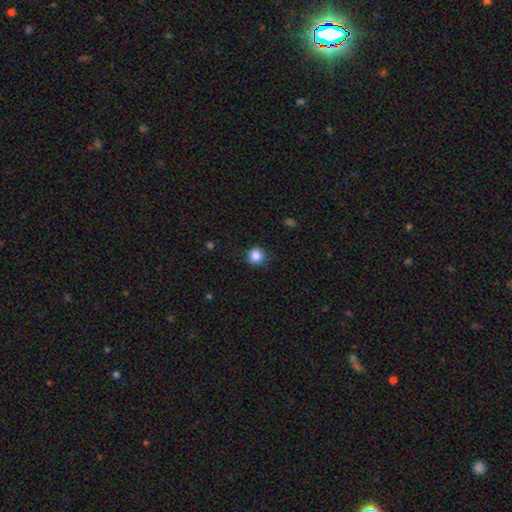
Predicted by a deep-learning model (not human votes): smooth 86%, star or artifact 11%, featured or disk 4%. Down the decision tree: how rounded — round (94%); merging — none (87%).